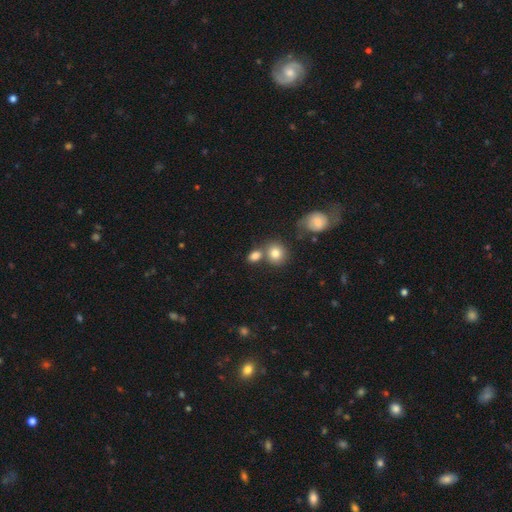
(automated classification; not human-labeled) This is clearly a smooth galaxy (80%). How rounded: possibly in between (49%, tied with round). Merging: possibly none (51%).